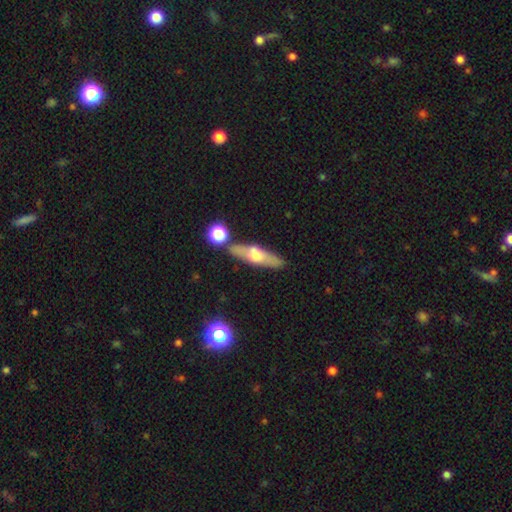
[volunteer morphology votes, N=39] smooth-or-featured: featured or disk: 79% | smooth: 13% | star or artifact: 8%
  disk-edge-on: yes: 74% | no: 26%
    edge-on-bulge: rounded: 83% | none: 13% | boxy: 4%
  merging: none: 86% | merger: 11% | minor disturbance: 3% | major disturbance: 0%